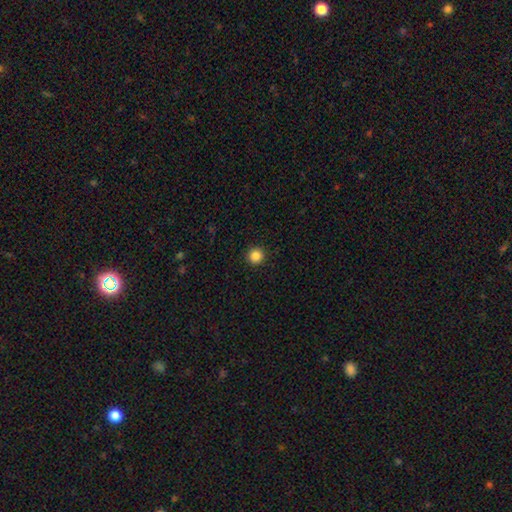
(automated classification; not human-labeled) Q: Smooth or featured?
A: smooth (85%); runner-up: star or artifact (11%)
Q: How rounded?
A: round (96%); runner-up: in between (3%)
Q: Merging?
A: none (93%); runner-up: minor disturbance (4%)